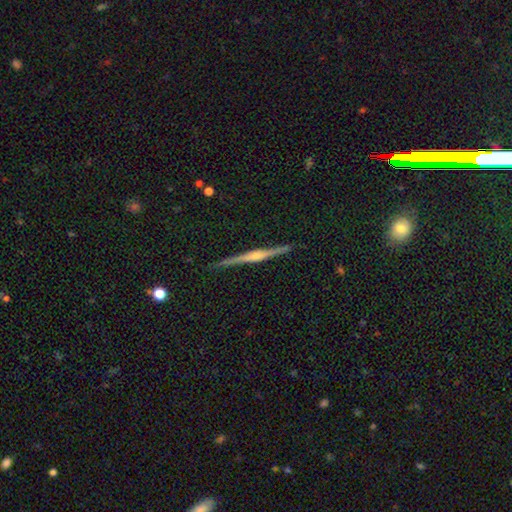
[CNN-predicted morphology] A featured or disk galaxy (80%) viewed edge-on (98%) with a rounded central bulge (69%). Merging: none (90%).